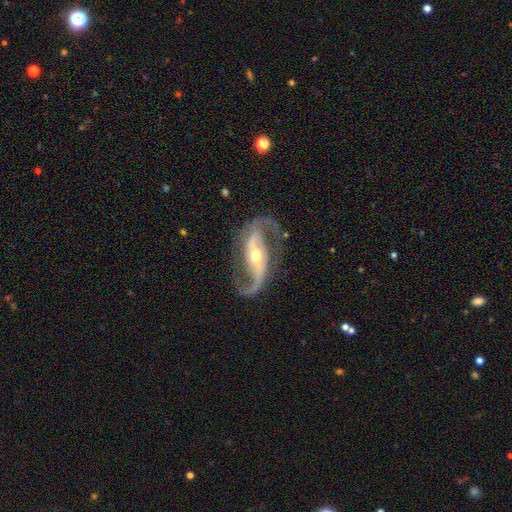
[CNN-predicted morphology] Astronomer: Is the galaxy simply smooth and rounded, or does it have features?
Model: featured or disk — 93%.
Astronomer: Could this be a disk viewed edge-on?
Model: no — 96%.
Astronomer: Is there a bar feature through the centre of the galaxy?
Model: strong — 45% (runner-up: weak, 32%).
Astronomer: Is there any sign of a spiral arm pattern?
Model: yes — 98%.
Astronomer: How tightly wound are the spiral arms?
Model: loose — 49% (runner-up: medium, 42%).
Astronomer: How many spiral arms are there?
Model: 2 — 93%.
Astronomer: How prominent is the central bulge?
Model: moderate — 51% (runner-up: small, 44%).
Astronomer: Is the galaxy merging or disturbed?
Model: none — 79%.